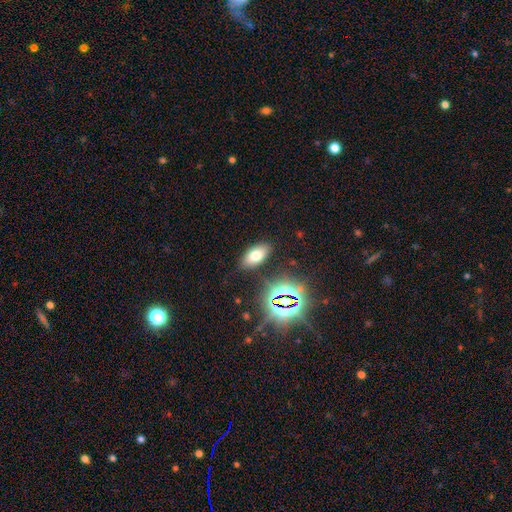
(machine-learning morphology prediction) A smooth galaxy with no disk features (67%) that is in between round and cigar-shaped (90%). Merging: none (86%).